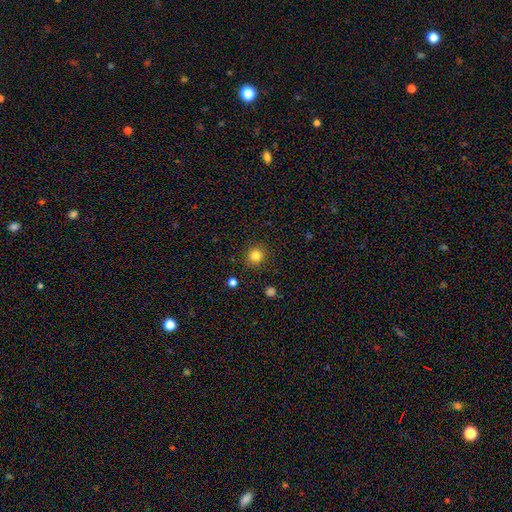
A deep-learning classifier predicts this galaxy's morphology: A smooth galaxy with no disk features (82%) that is round (92%). Merging: none (90%).